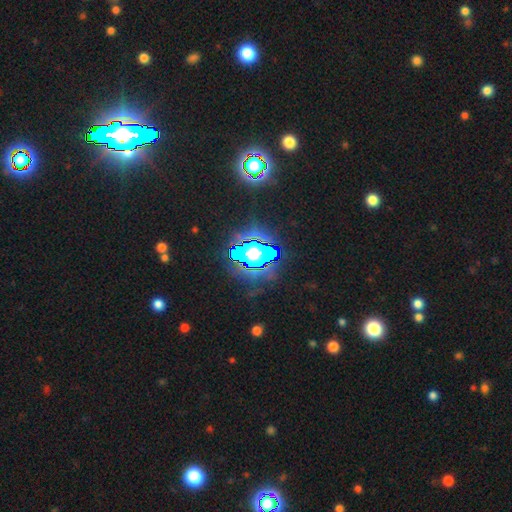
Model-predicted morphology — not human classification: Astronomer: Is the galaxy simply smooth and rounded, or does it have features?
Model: star or artifact — 82%.